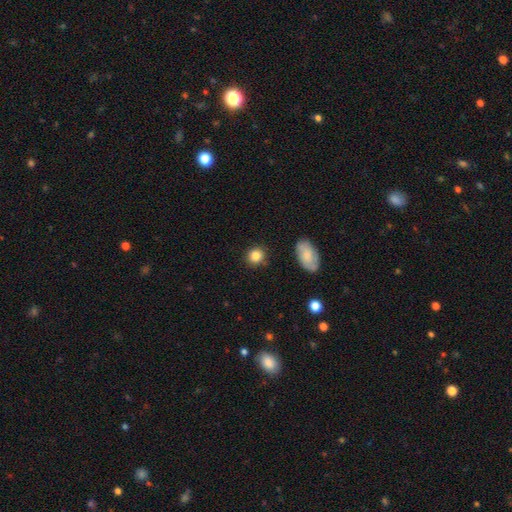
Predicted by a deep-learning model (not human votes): This is clearly a smooth galaxy (85%). How rounded: clearly round (82%). Merging: clearly none (85%).